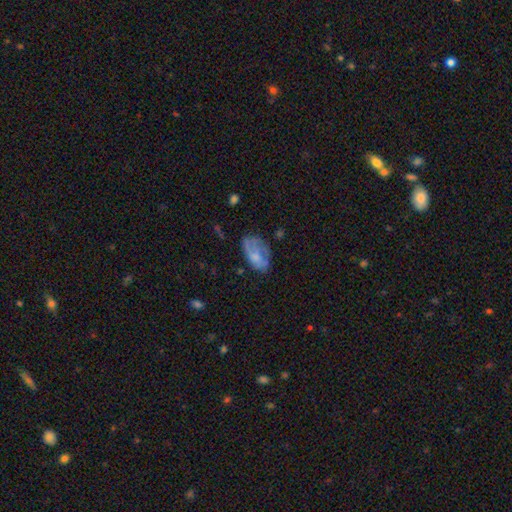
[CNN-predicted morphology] Overall: smooth (59%; featured or disk 33%). How rounded: in between (91%). Merging: none (48%; minor disturbance 31%).